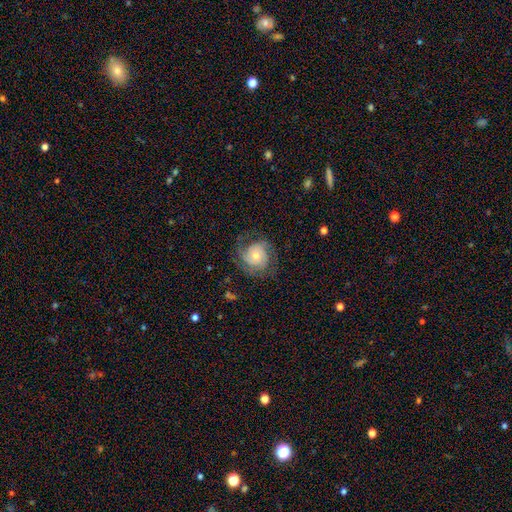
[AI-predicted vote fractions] The model was most divided on "bulge size": small: 48%, moderate: 44%, large: 5%, none: 2%, dominant: 1%. Remaining: edge-on disk — no (98%); spiral arms — yes (93%); bar — no (75%); smooth or featured — featured or disk (74%); merging — none (69%); spiral arm count — 2 (50%); spiral winding — tight (48%).